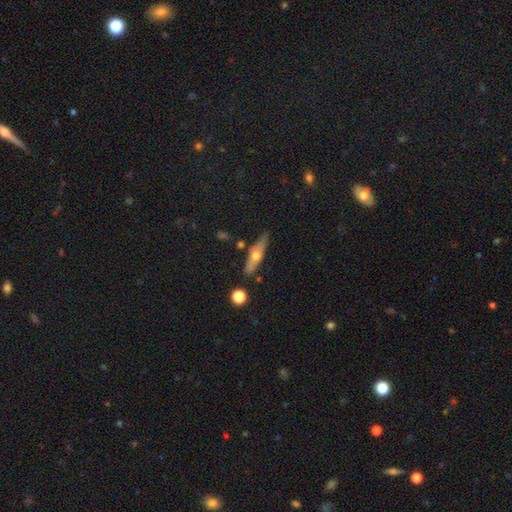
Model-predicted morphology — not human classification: featured or disk 48%, smooth 45%, star or artifact 7%. Down the decision tree: merging — none (73%).